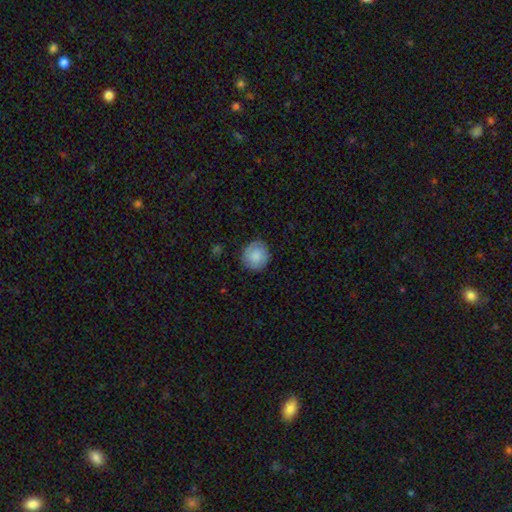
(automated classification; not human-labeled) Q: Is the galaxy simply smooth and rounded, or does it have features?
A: smooth — 82%.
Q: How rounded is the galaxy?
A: round — 90%.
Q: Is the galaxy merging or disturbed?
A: none — 84%.